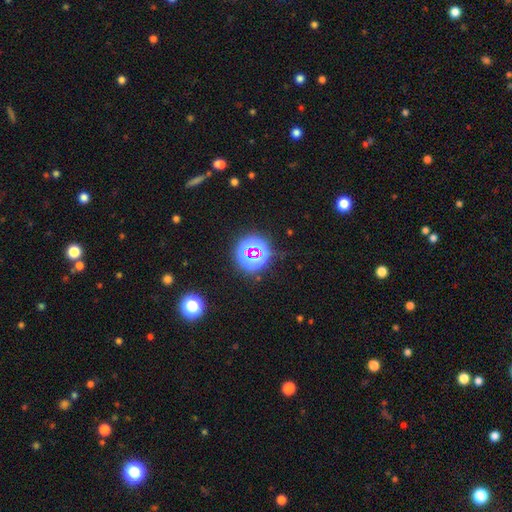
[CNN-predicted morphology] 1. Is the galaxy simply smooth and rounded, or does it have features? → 71% star or artifact, 19% smooth, 10% featured or disk.